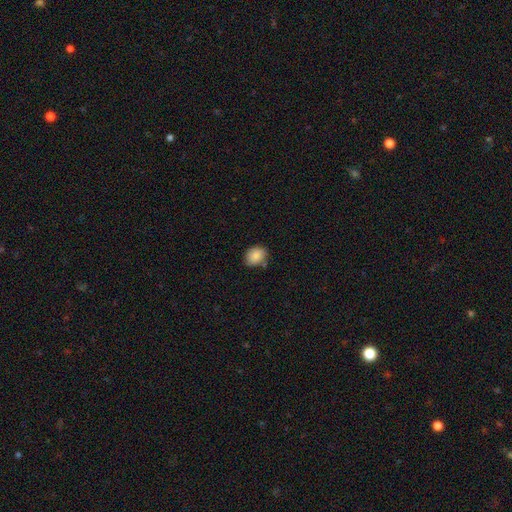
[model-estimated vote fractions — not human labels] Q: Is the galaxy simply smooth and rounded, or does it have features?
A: smooth — 87%.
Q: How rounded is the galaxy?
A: in between — 58%.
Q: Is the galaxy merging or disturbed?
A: none — 70%.